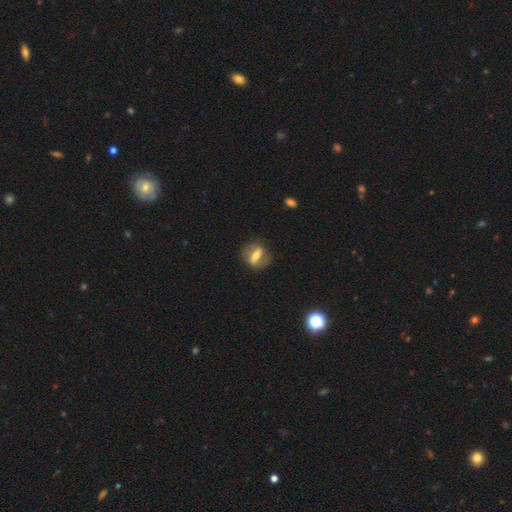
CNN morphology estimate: This appears to be a featured or disk galaxy (51%). Merging: none (77%).